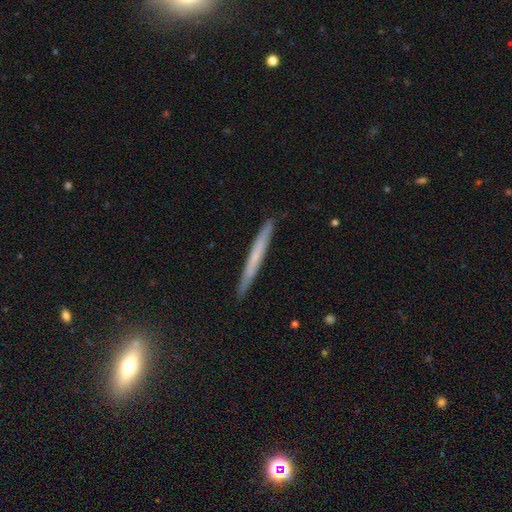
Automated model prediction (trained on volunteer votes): The model was most divided on "smooth or featured": smooth: 51%, featured or disk: 42%, star or artifact: 7%. More confident: how rounded — cigar-shaped (97%); merging — none (90%).